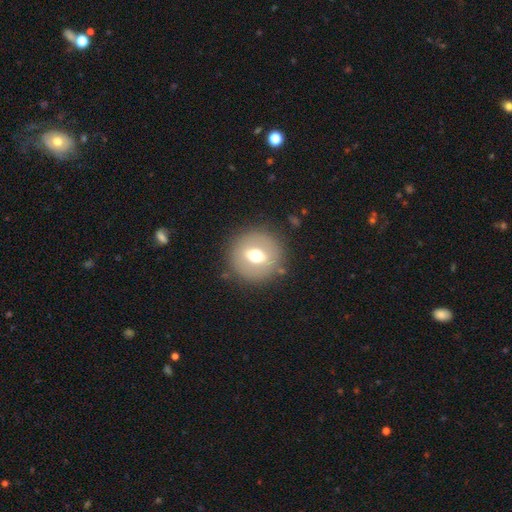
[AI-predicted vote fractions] Q: Smooth or featured?
A: smooth (54%); runner-up: featured or disk (36%)
Q: How rounded?
A: round (90%); runner-up: in between (9%)
Q: Merging?
A: none (85%); runner-up: minor disturbance (9%)